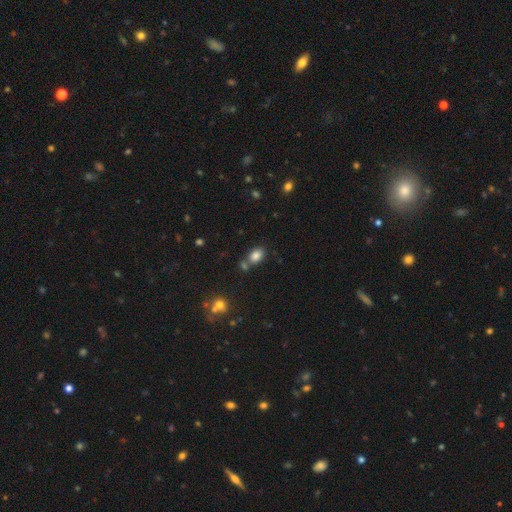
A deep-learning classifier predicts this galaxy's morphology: This appears to be a smooth galaxy with no disk features (83%) that is in between round and cigar-shaped (76%). Merging: none (62%).